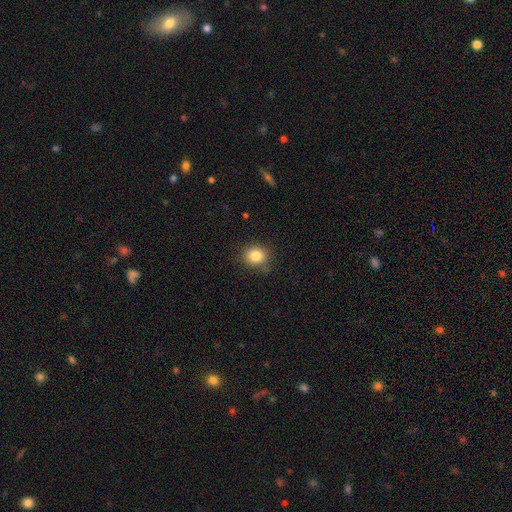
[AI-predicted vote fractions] A smooth galaxy with no disk features (84%) that is round (76%).

Vote fractions:
- Smooth or featured? smooth: 84% / star or artifact: 11% / featured or disk: 6%
- How rounded? round: 76% / in between: 23% / cigar-shaped: 1%
- Merging? none: 84% / minor disturbance: 12% / major disturbance: 3% / merger: 1%